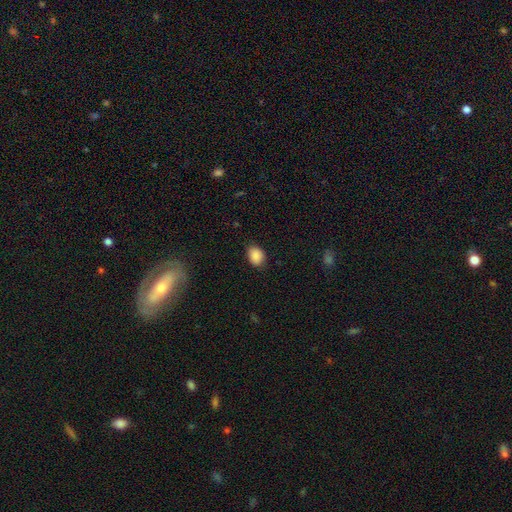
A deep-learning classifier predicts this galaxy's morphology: Smooth or featured?
  - smooth: 88% *
  - star or artifact: 8%
  - featured or disk: 4%
How rounded?
  - in between: 61% *
  - round: 38%
  - cigar-shaped: 1%
Merging?
  - none: 81% *
  - minor disturbance: 15%
  - major disturbance: 3%
  - merger: 1%